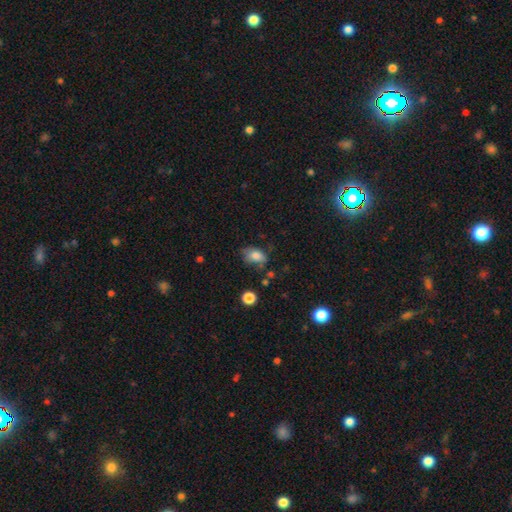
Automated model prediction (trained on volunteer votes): smooth-or-featured: smooth: 79% | featured or disk: 11% | star or artifact: 10%
  how-rounded: in between: 81% | round: 17% | cigar-shaped: 2%
  merging: none: 54% | minor disturbance: 31% | major disturbance: 11% | merger: 4%